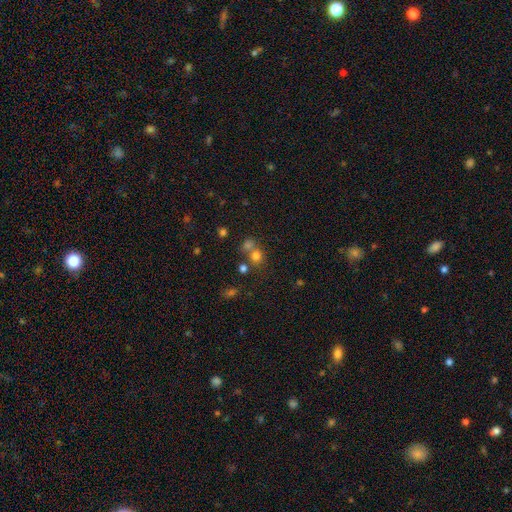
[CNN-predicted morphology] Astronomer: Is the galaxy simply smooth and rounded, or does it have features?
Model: smooth — 72%.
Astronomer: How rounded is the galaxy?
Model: round — 79%.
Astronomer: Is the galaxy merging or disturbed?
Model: none — 51% (runner-up: merger, 36%).